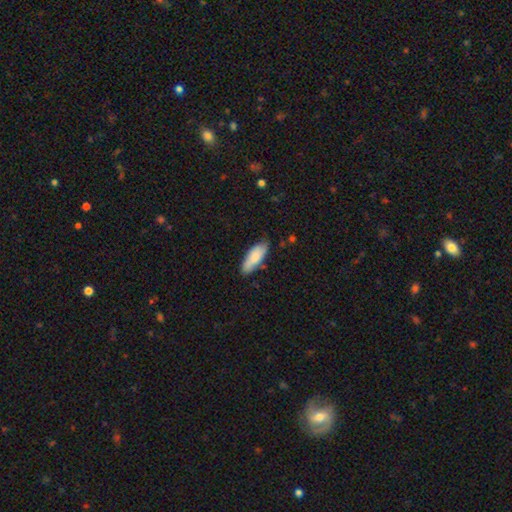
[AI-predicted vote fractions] Morphology: type=smooth (79%); roundness=in between (68%); merging=none (74%).